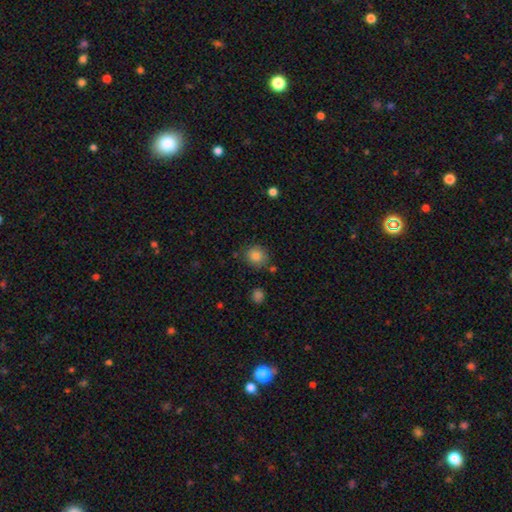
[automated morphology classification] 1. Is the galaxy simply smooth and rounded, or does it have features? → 84% smooth, 10% star or artifact, 6% featured or disk.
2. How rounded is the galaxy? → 85% round, 14% in between, 1% cigar-shaped.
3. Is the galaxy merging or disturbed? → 80% none, 12% minor disturbance, 5% merger, 3% major disturbance.